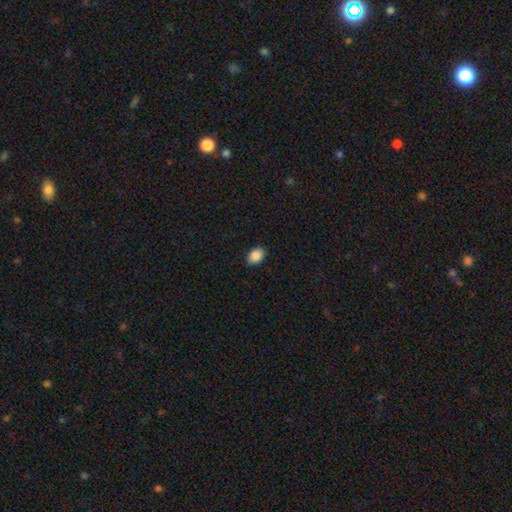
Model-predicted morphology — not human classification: Q: Smooth or featured?
A: smooth (88%); runner-up: star or artifact (8%)
Q: How rounded?
A: in between (79%); runner-up: round (20%)
Q: Merging?
A: none (87%); runner-up: minor disturbance (10%)